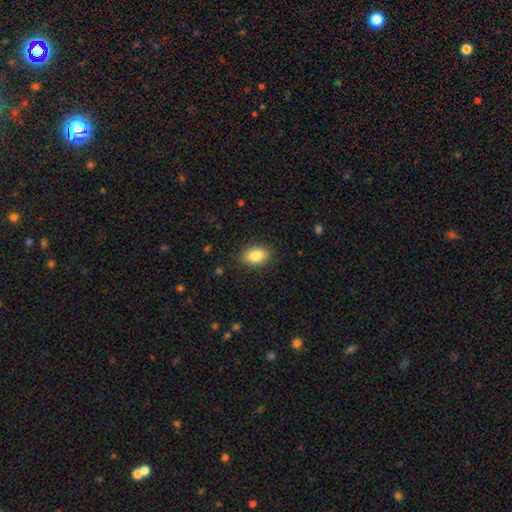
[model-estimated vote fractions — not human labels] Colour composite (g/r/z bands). It shows a smooth galaxy with no disk features (84%) that is in between round and cigar-shaped (85%). Merging: none (87%).